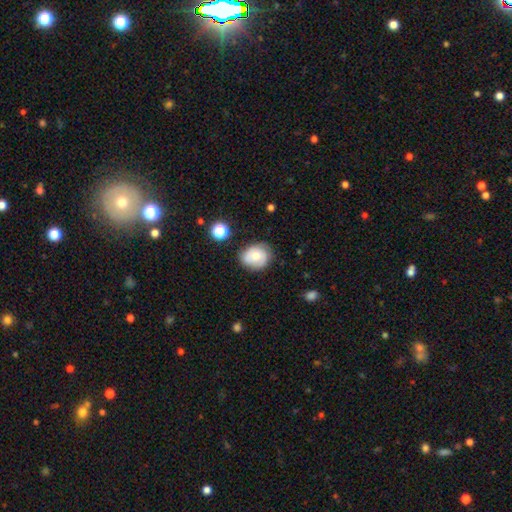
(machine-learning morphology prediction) smooth-or-featured: smooth: 65% | featured or disk: 25% | star or artifact: 9%
  how-rounded: round: 65% | in between: 34% | cigar-shaped: 1%
  merging: none: 70% | minor disturbance: 22% | major disturbance: 5% | merger: 3%